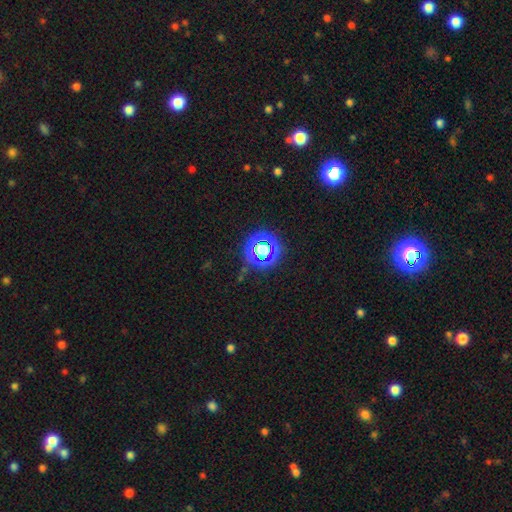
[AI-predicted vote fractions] smooth_or_featured: star or artifact (p=0.78) [alt: smooth p=0.15]